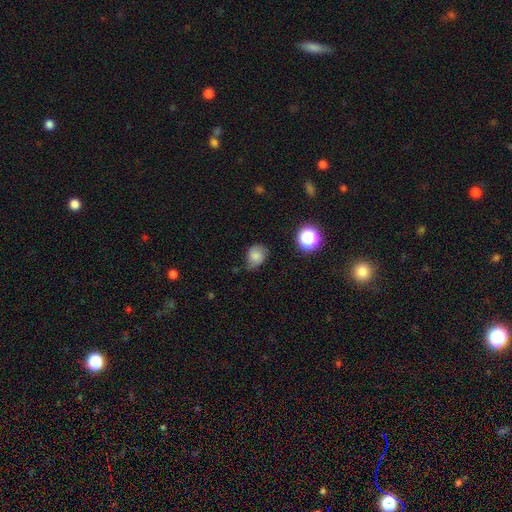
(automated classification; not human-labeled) Q: Smooth or featured?
A: smooth (74%); runner-up: featured or disk (13%)
Q: How rounded?
A: round (55%); runner-up: in between (44%)
Q: Merging?
A: none (53%); runner-up: minor disturbance (36%)